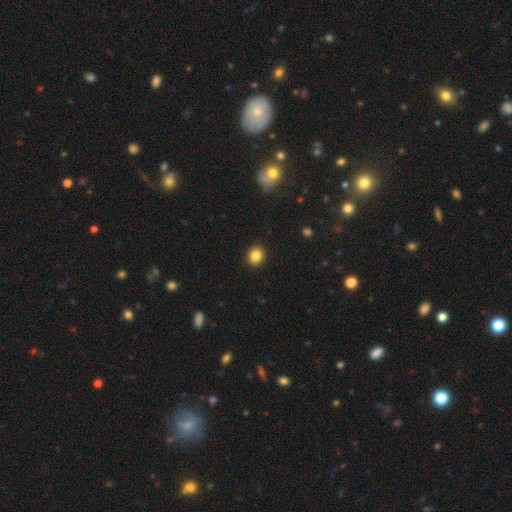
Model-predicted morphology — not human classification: A smooth galaxy with no disk features (85%) that is round (75%).

Vote fractions:
- Smooth or featured? smooth: 85% / star or artifact: 10% / featured or disk: 5%
- How rounded? round: 75% / in between: 24% / cigar-shaped: 1%
- Merging? none: 91% / minor disturbance: 6% / major disturbance: 2% / merger: 1%